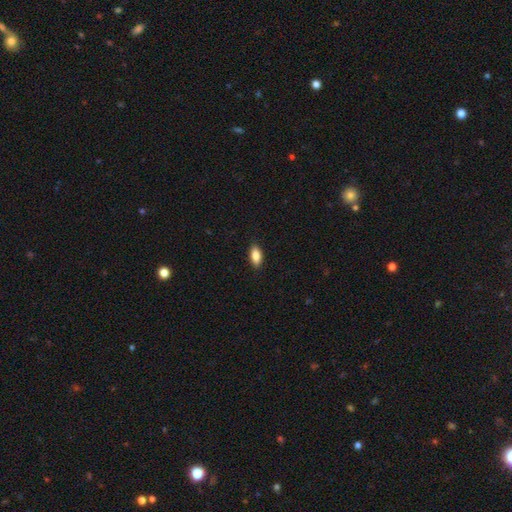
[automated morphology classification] Smooth or featured? Predicted: smooth (p=0.85). How rounded? Predicted: in between (p=0.88). Merging? Predicted: none (p=0.89).